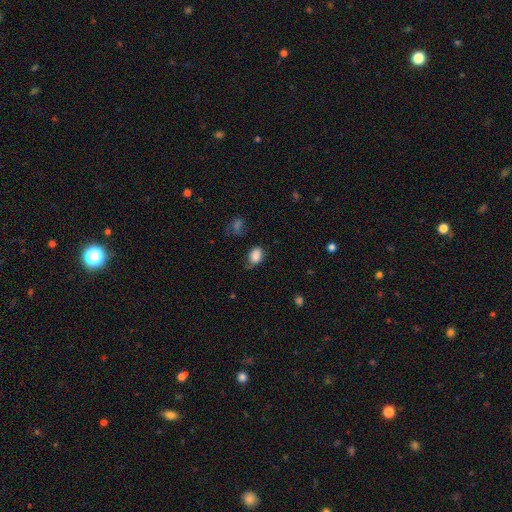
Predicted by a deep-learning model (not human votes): Smooth or featured? Predicted: smooth (p=0.85). How rounded? Predicted: in between (p=0.80). Merging? Predicted: none (p=0.59).